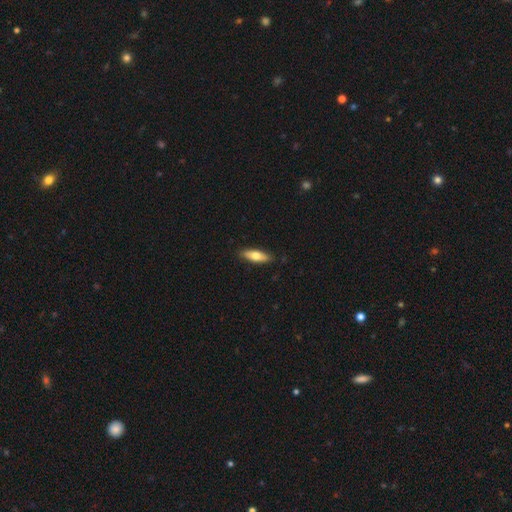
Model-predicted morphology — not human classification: Overall: smooth (66%; featured or disk 28%). How rounded: in between (50%; cigar-shaped 47%). Merging: none (87%).